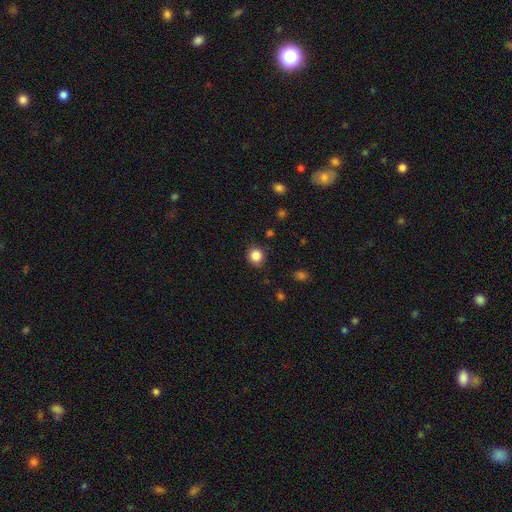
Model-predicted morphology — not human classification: smooth_or_featured: smooth (p=0.85) [alt: star or artifact p=0.11]
how_rounded: round (p=0.88) [alt: in between p=0.11]
merging: none (p=0.85) [alt: minor disturbance p=0.11]